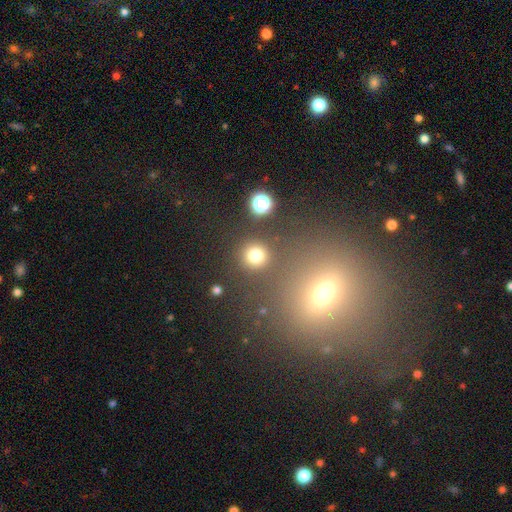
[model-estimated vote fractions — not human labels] smooth-or-featured: smooth: 77% | star or artifact: 17% | featured or disk: 6%
  how-rounded: round: 91% | in between: 8% | cigar-shaped: 1%
  merging: none: 85% | minor disturbance: 7% | merger: 5% | major disturbance: 3%